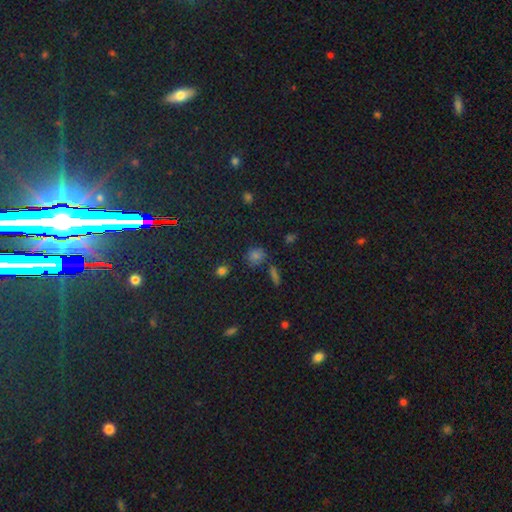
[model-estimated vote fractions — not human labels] Smooth or featured? Predicted: smooth (p=0.70). How rounded? Predicted: round (p=0.72). Merging? Predicted: none (p=0.72).